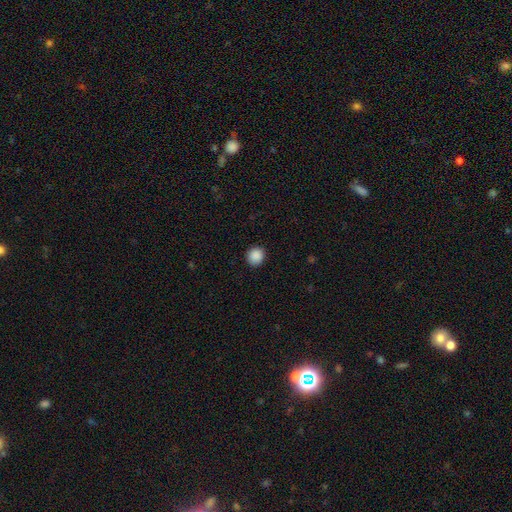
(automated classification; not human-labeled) Morphology: type=smooth (89%); roundness=round (85%); merging=none (91%).